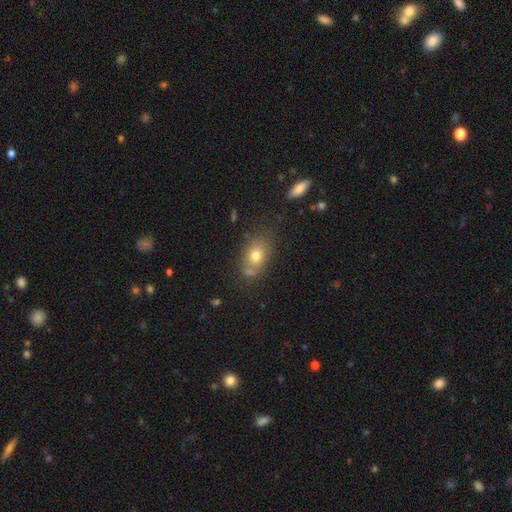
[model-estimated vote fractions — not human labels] A smooth galaxy with no disk features (73%) that is in between round and cigar-shaped (71%). Merging: none (63%).